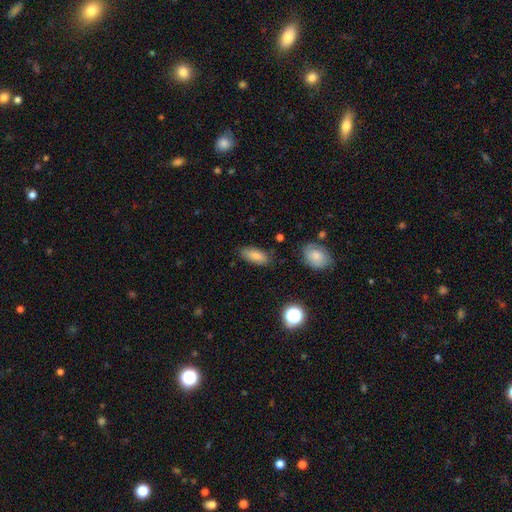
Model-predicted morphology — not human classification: Smooth or featured?
  - smooth: 83% *
  - featured or disk: 9%
  - star or artifact: 8%
How rounded?
  - in between: 86% *
  - cigar-shaped: 10%
  - round: 3%
Merging?
  - none: 82% *
  - minor disturbance: 13%
  - major disturbance: 3%
  - merger: 2%